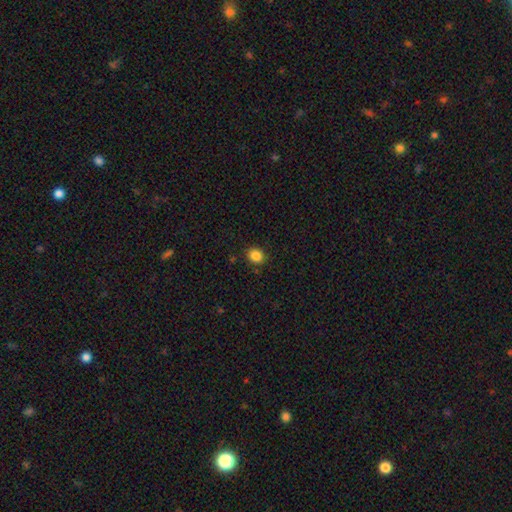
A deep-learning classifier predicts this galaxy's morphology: Overall: smooth (85%). How rounded: round (76%). Merging: none (88%).